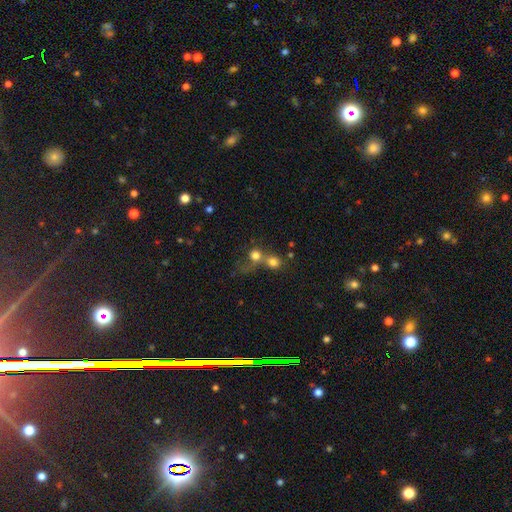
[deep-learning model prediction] This is likely a smooth galaxy (74%). How rounded: clearly round (84%). Merging: possibly merger (59%).